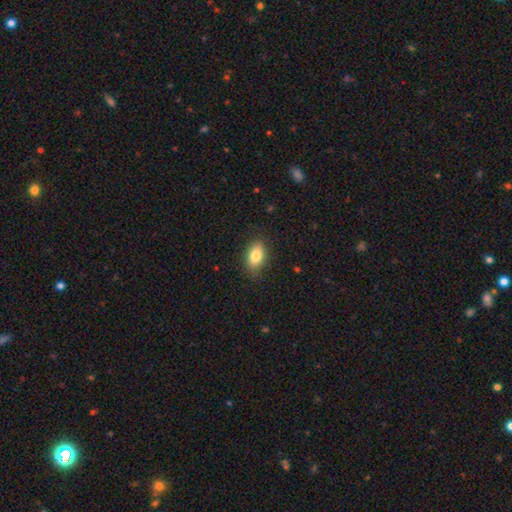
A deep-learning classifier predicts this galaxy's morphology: Smooth or featured: smooth — 83% (featured or disk — 9%)
How rounded: in between — 89% (round — 7%)
Merging: none — 82% (minor disturbance — 13%)